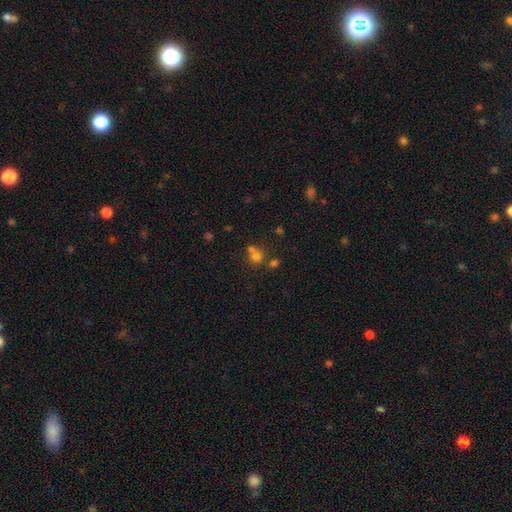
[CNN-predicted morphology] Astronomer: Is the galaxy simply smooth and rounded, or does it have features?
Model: smooth — 68%.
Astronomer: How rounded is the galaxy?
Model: round — 81%.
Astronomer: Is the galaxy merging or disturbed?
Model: merger — 44% (runner-up: none, 43%).